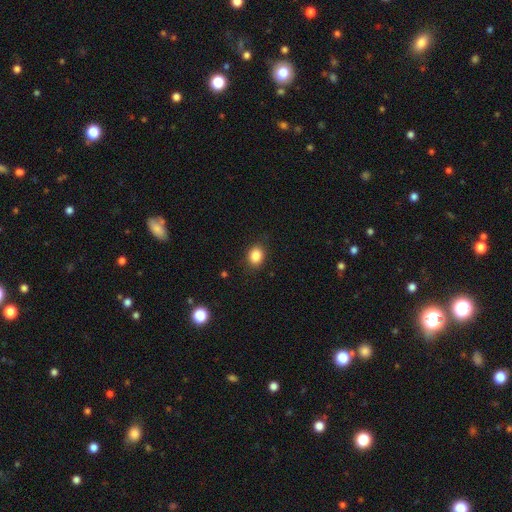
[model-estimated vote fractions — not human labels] This is clearly a smooth galaxy (86%). How rounded: possibly round (54%). Merging: clearly none (86%).